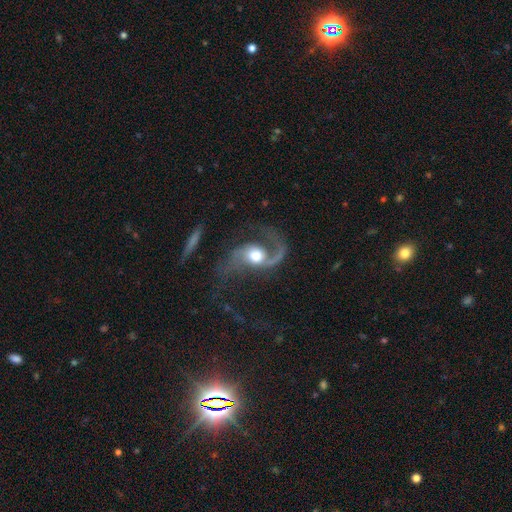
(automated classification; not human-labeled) Q: Smooth or featured?
A: featured or disk (86%); runner-up: smooth (9%)
Q: Edge-on disk?
A: no (97%); runner-up: yes (3%)
Q: Bar?
A: no (64%); runner-up: weak (27%)
Q: Spiral arms?
A: yes (95%); runner-up: no (5%)
Q: Spiral winding?
A: loose (57%); runner-up: medium (36%)
Q: Spiral arm count?
A: 2 (79%); runner-up: 1 (15%)
Q: Bulge size?
A: moderate (51%); runner-up: large (38%)
Q: Merging?
A: none (53%); runner-up: major disturbance (26%)